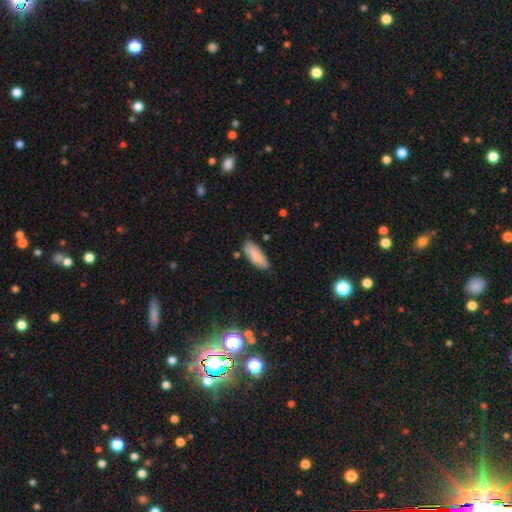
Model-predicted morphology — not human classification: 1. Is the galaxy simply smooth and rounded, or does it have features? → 87% smooth, 7% featured or disk, 6% star or artifact.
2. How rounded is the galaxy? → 75% in between, 24% cigar-shaped, 1% round.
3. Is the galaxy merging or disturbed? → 81% none, 13% minor disturbance, 3% merger, 2% major disturbance.